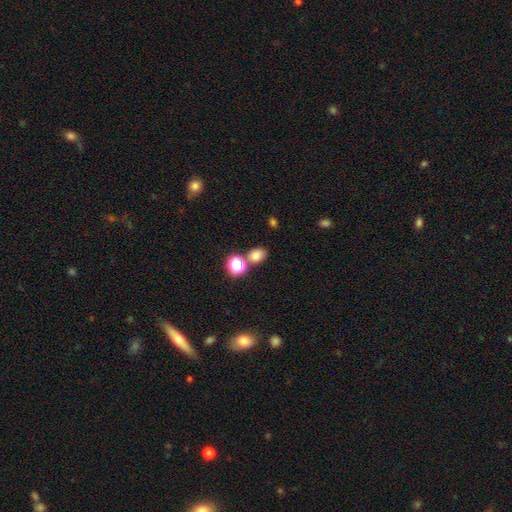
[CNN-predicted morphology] type=smooth (75%); roundness=in between (56%); merging=none (70%).